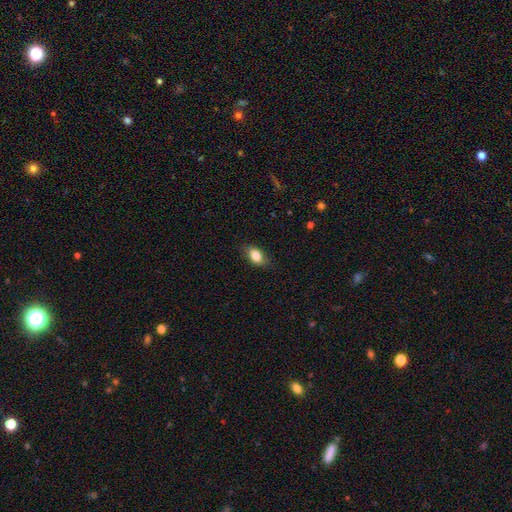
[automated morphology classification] A smooth galaxy with no disk features (83%) that is in between round and cigar-shaped (86%).

Vote fractions:
- Smooth or featured? smooth: 83% / featured or disk: 10% / star or artifact: 8%
- How rounded? in between: 86% / round: 10% / cigar-shaped: 4%
- Merging? none: 81% / minor disturbance: 15% / major disturbance: 3% / merger: 1%